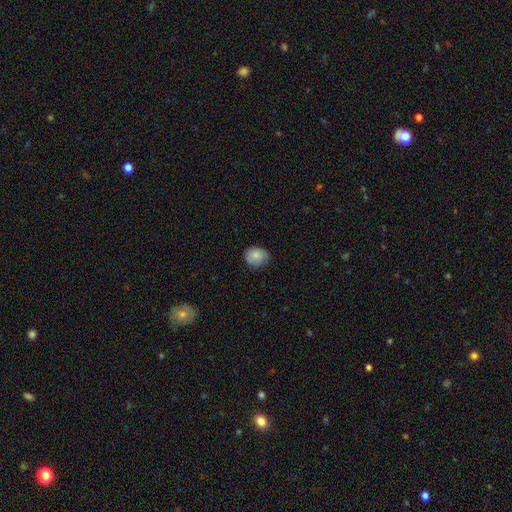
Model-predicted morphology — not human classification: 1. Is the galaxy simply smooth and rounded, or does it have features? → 83% smooth, 10% featured or disk, 8% star or artifact.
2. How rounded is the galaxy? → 62% round, 37% in between, 1% cigar-shaped.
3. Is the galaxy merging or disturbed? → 73% none, 22% minor disturbance, 4% major disturbance, 1% merger.